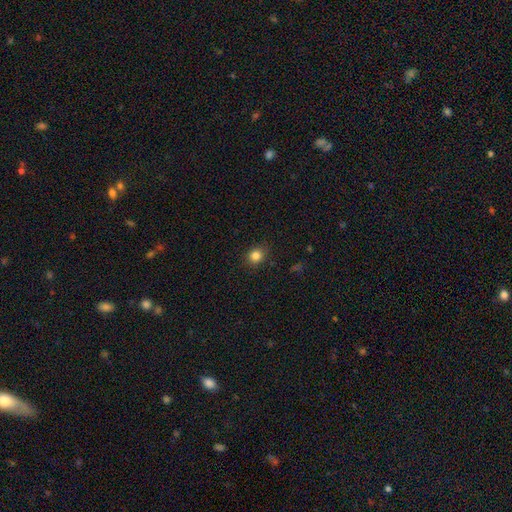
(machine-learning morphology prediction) smooth 84%, star or artifact 12%, featured or disk 5%. Down the decision tree: how rounded — round (75%); merging — none (86%).